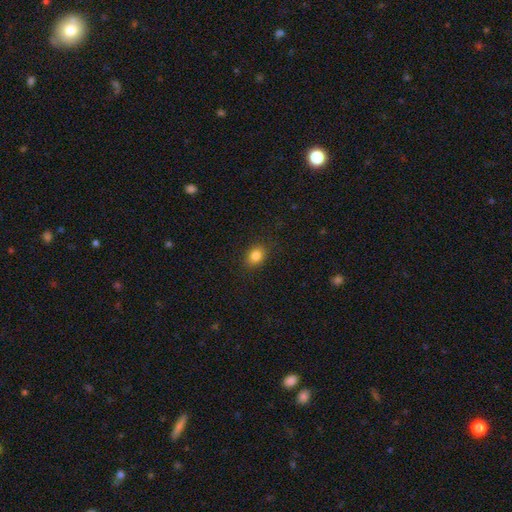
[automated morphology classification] The model was most divided on "how rounded": in between: 57%, round: 42%, cigar-shaped: 1%. More confident: merging — none (88%); smooth or featured — smooth (84%).